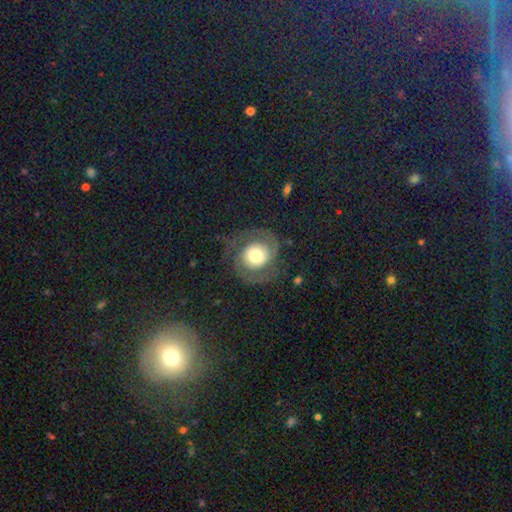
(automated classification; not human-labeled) This is likely a featured or disk galaxy (77%). It is clearly not viewed edge-on (98%). Bar: likely no (71%). Spiral arm pattern: clearly yes (92%). Spiral arm count: clearly 2 (89%). Spiral winding: possibly medium (45%). Central bulge: possibly moderate (48%). Merging: likely none (73%).